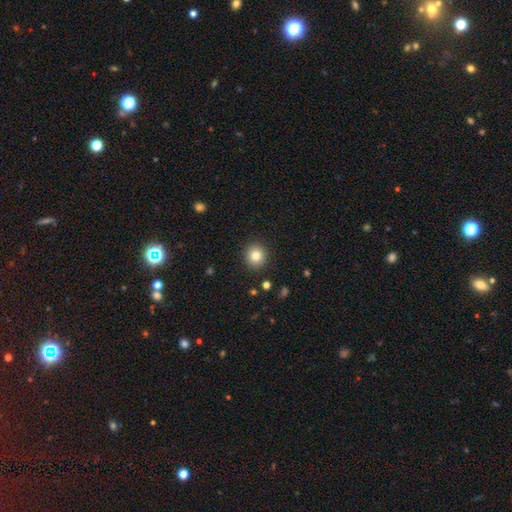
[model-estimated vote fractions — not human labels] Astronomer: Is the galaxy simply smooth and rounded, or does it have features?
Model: smooth — 82%.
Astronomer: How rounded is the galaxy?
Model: round — 90%.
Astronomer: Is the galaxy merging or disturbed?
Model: none — 91%.